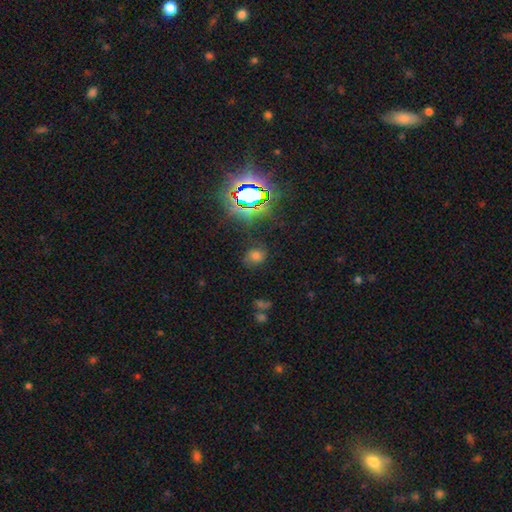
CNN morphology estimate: smooth-or-featured: smooth: 58% | star or artifact: 30% | featured or disk: 12%
  how-rounded: round: 59% | in between: 39% | cigar-shaped: 1%
  merging: none: 73% | minor disturbance: 17% | major disturbance: 7% | merger: 3%